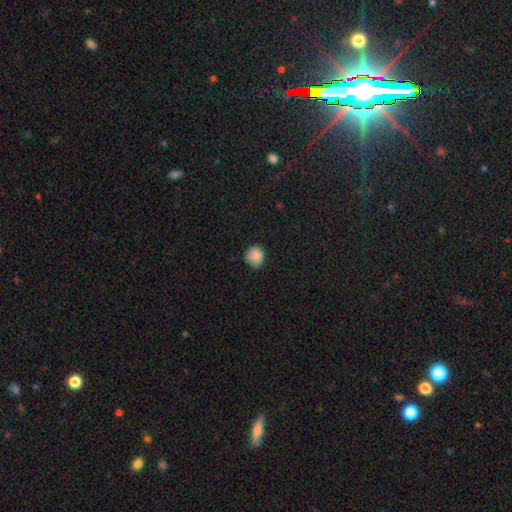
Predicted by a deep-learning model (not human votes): Q: Smooth or featured?
A: smooth (87%); runner-up: star or artifact (9%)
Q: How rounded?
A: round (85%); runner-up: in between (14%)
Q: Merging?
A: none (71%); runner-up: minor disturbance (24%)